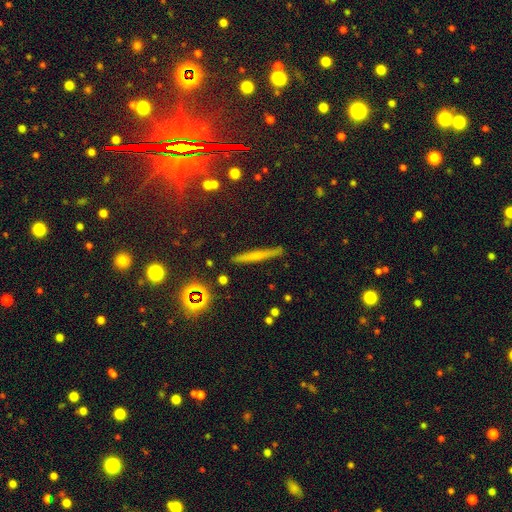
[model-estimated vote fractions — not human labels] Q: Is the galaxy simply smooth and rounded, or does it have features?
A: smooth — 48%.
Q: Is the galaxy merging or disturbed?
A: none — 89%.